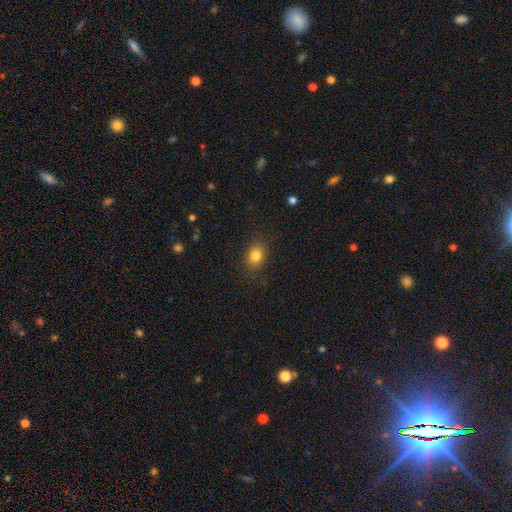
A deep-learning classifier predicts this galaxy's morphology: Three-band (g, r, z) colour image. It shows a smooth galaxy with no disk features (82%) that is round (52%). Merging: none (85%).